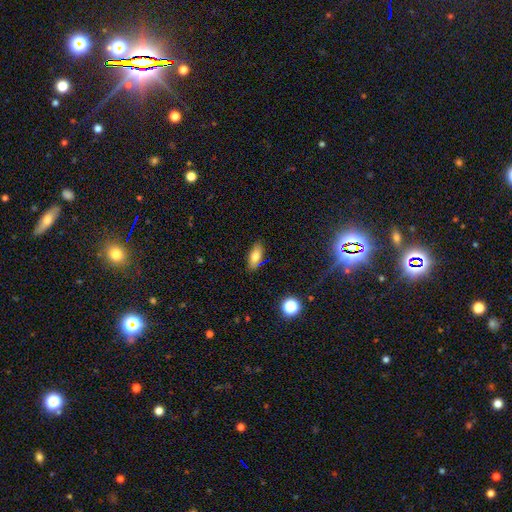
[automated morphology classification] smooth 73%, featured or disk 16%, star or artifact 10%. Down the decision tree: how rounded — in between (83%); merging — none (84%).